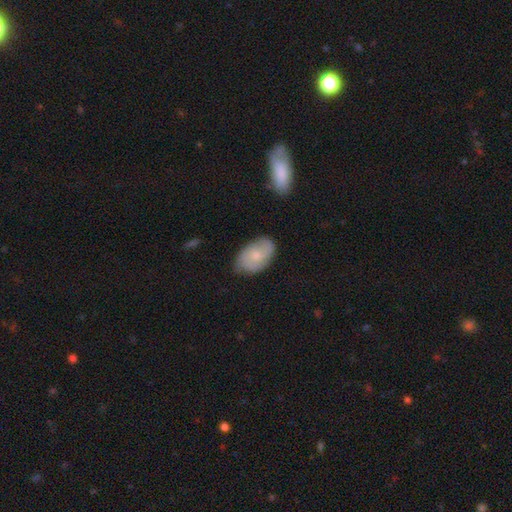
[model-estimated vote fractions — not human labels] A smooth galaxy with no disk features (57%) that is in between round and cigar-shaped (92%). Merging: none (74%).